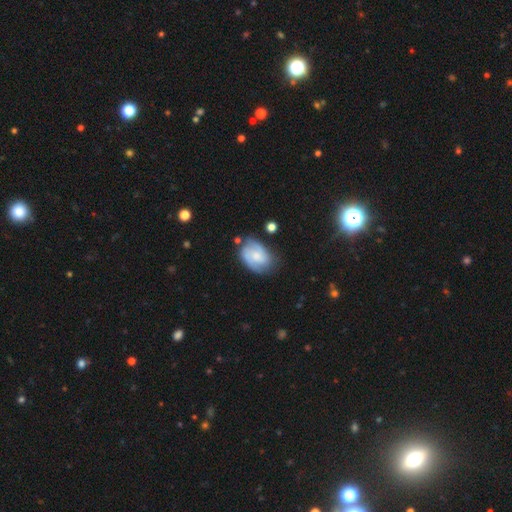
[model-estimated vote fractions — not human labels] Smooth or featured? featured or disk (53%)
Edge-on disk? no (97%)
Bar? no (63%)
Spiral arms? yes (85%)
Bulge size? small (40%)
Merging? none (62%)